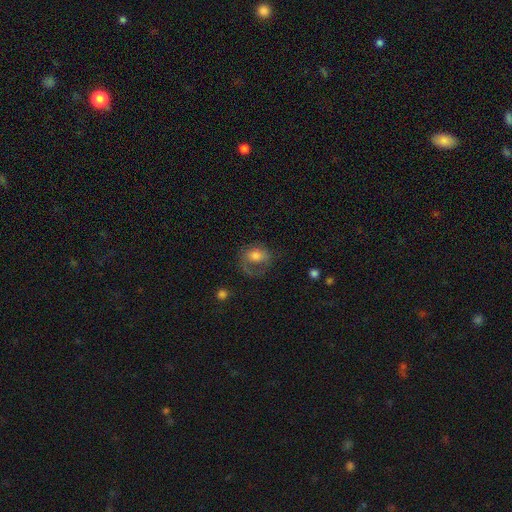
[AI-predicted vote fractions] smooth-or-featured: smooth: 51% | featured or disk: 40% | star or artifact: 9%
  how-rounded: in between: 55% | round: 44% | cigar-shaped: 1%
  merging: none: 40% | major disturbance: 37% | minor disturbance: 21% | merger: 3%